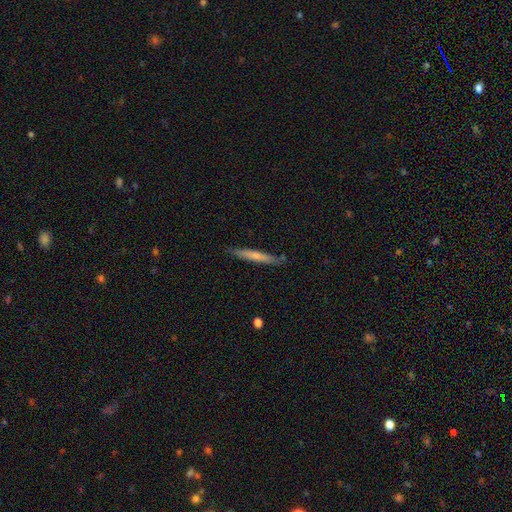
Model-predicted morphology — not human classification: Smooth or featured? Predicted: smooth (p=0.61). How rounded? Predicted: cigar-shaped (p=0.95). Merging? Predicted: none (p=0.85).